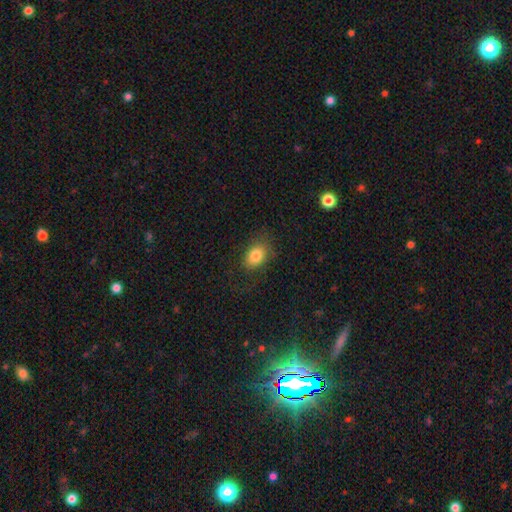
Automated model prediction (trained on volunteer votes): A smooth galaxy with no disk features (80%) that is in between round and cigar-shaped (78%). Merging: none (70%).